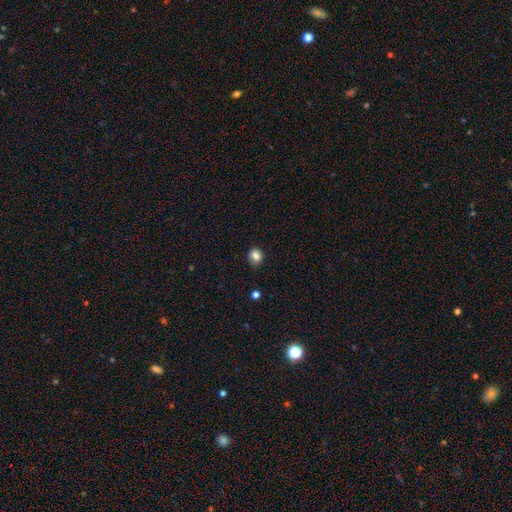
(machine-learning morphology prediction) This appears to be a smooth galaxy with no disk features (84%) that is round (72%). Merging: none (85%).